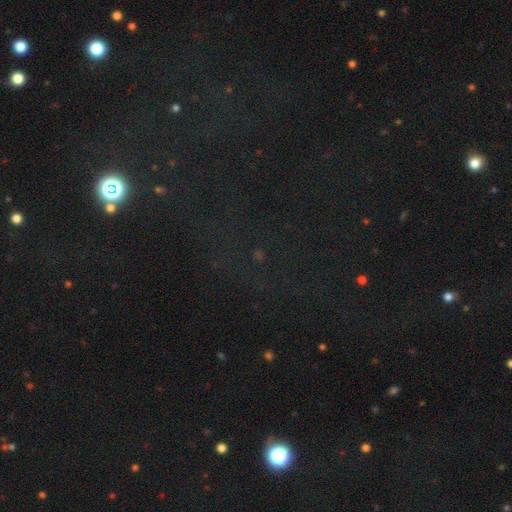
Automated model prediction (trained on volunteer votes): Smooth or featured? Predicted: star or artifact (p=0.75).